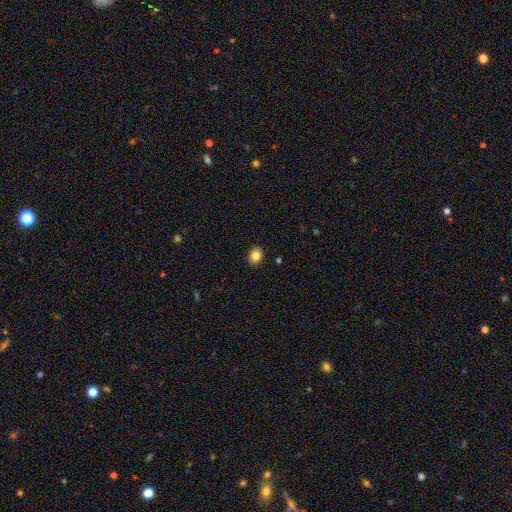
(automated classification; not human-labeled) Smooth or featured? smooth (84%)
How rounded? round (57%)
Merging? none (90%)